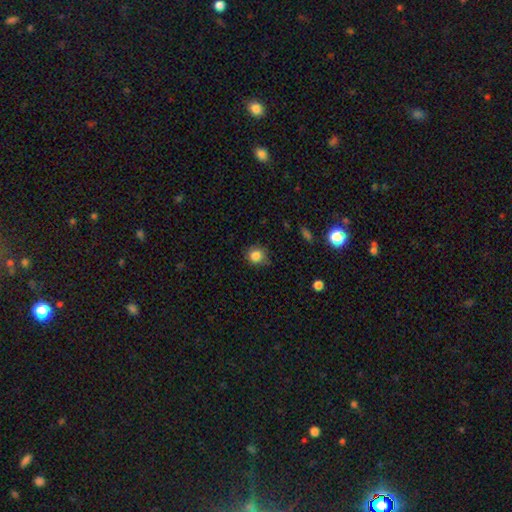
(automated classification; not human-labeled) This appears to be a smooth galaxy with no disk features (84%) that is round (87%). Merging: none (76%).